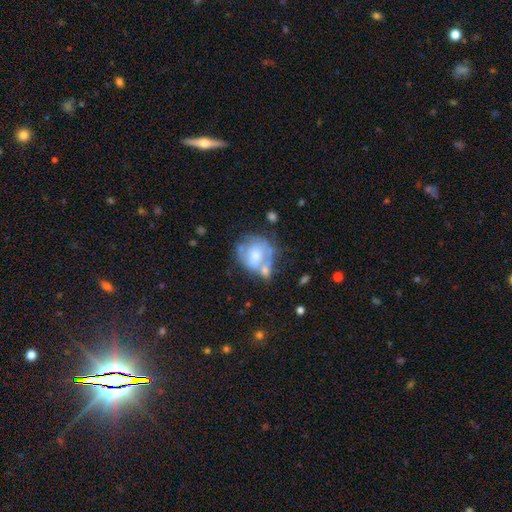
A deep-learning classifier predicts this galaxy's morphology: This is possibly a featured or disk galaxy (47%). Merging: marginally none (35%).